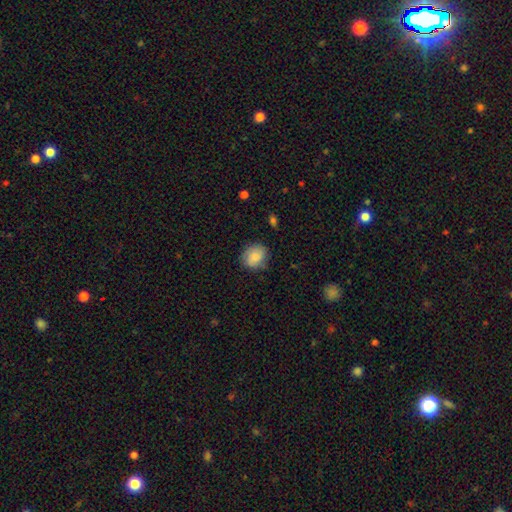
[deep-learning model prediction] Morphology: type=smooth (77%); roundness=round (65%); merging=none (78%).